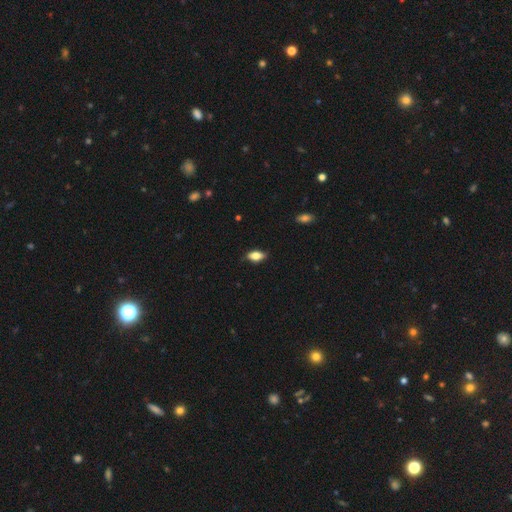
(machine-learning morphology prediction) A smooth galaxy with no disk features (72%) that is in between round and cigar-shaped (86%). Merging: none (79%).